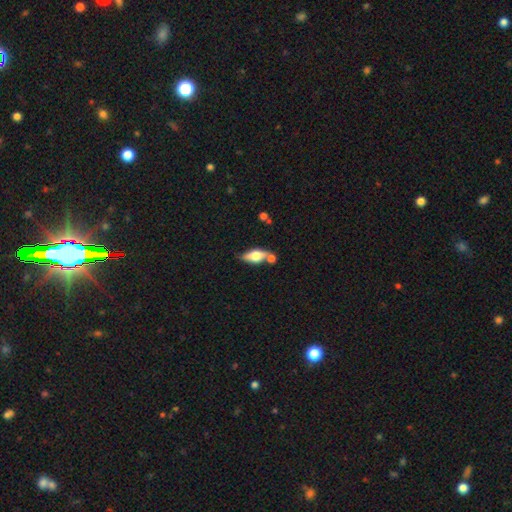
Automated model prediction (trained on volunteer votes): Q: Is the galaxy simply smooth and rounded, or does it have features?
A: smooth — 56%.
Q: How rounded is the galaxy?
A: in between — 77%.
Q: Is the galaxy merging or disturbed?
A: none — 53%.